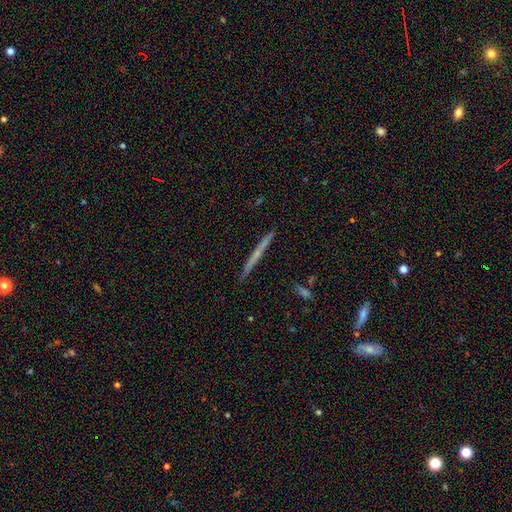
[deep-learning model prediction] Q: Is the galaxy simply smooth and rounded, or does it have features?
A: featured or disk — 55%.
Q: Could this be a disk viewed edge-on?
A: yes — 97%.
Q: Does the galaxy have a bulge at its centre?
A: none — 74%.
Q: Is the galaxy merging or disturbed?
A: none — 90%.